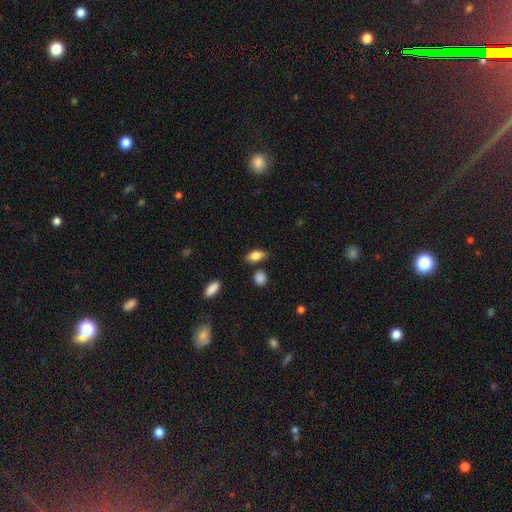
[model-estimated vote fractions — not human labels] This appears to be a smooth galaxy with no disk features (78%) that is in between round and cigar-shaped (83%). Merging: none (76%).